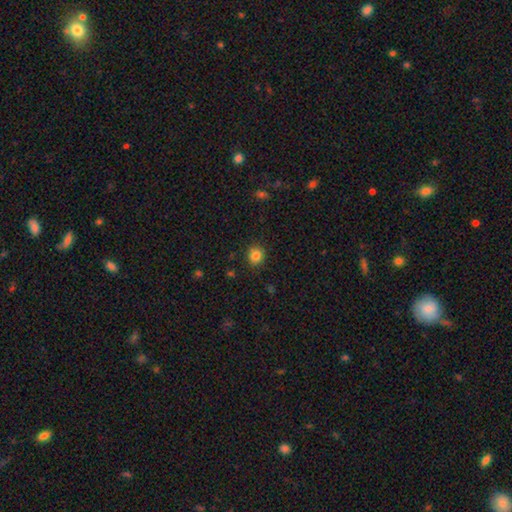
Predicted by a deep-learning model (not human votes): smooth 84%, star or artifact 11%, featured or disk 5%. Down the decision tree: how rounded — round (82%); merging — none (88%).